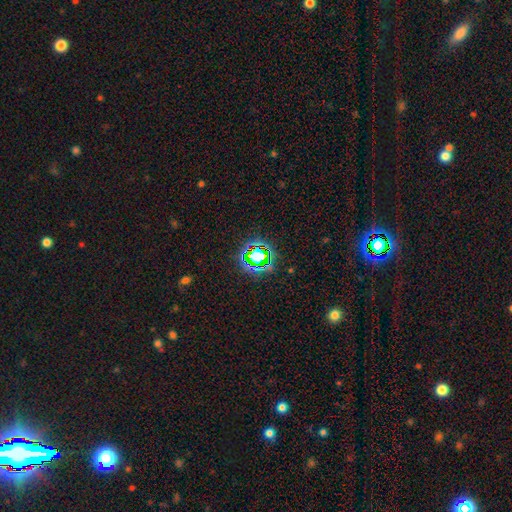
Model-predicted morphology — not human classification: Smooth or featured: star or artifact — 66% (smooth — 23%)